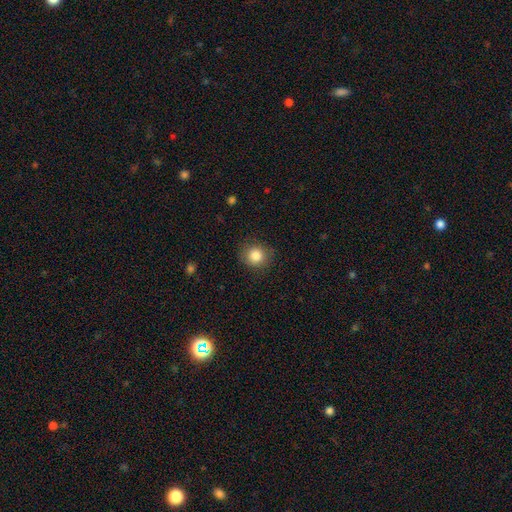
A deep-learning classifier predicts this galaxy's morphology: The model was most divided on "smooth or featured": smooth: 84%, star or artifact: 10%, featured or disk: 6%. More confident: how rounded — round (87%); merging — none (87%).